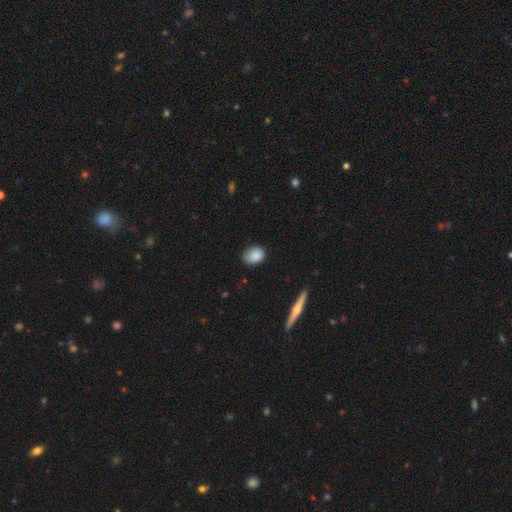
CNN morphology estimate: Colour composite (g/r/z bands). It shows a smooth galaxy with no disk features (85%) that is in between round and cigar-shaped (66%). Merging: none (78%).